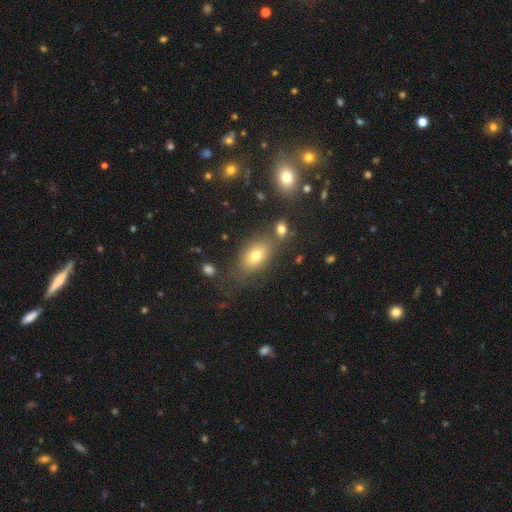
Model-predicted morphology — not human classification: Smooth or featured? smooth (71%)
How rounded? in between (83%)
Merging? none (67%)